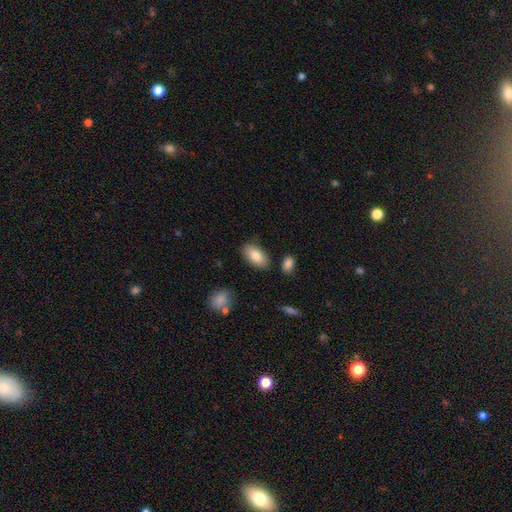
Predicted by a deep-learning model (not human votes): A smooth galaxy with no disk features (83%) that is in between round and cigar-shaped (93%). Merging: none (82%).